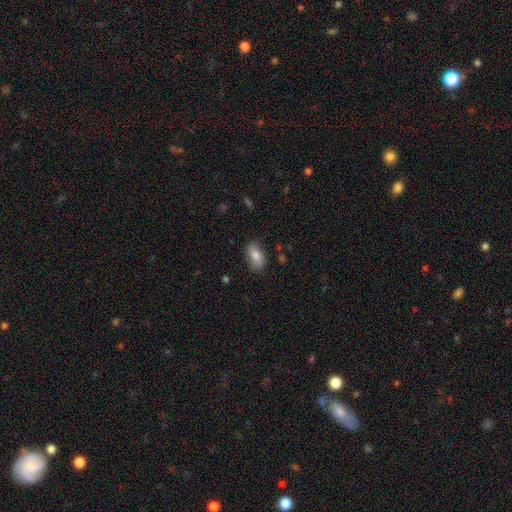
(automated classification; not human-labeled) Q: Smooth or featured?
A: smooth (78%); runner-up: featured or disk (15%)
Q: How rounded?
A: in between (91%); runner-up: round (5%)
Q: Merging?
A: none (78%); runner-up: minor disturbance (17%)